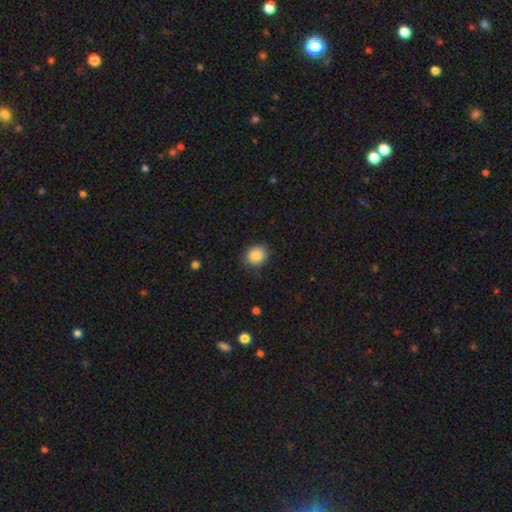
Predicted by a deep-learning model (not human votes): Smooth or featured: smooth — 86% (star or artifact — 9%)
How rounded: round — 68% (in between — 31%)
Merging: none — 84% (minor disturbance — 12%)